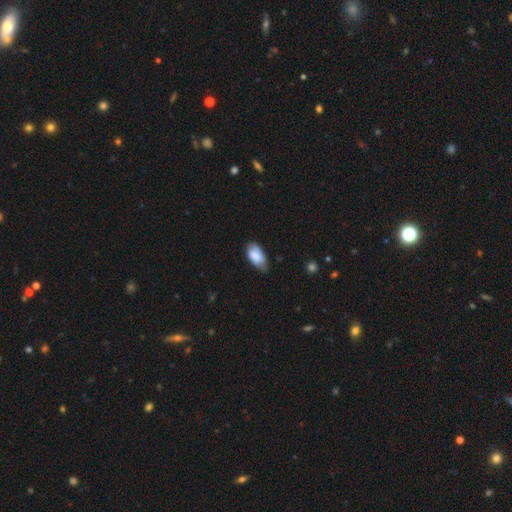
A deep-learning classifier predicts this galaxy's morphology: type=smooth (83%); roundness=in between (93%); merging=none (55%).